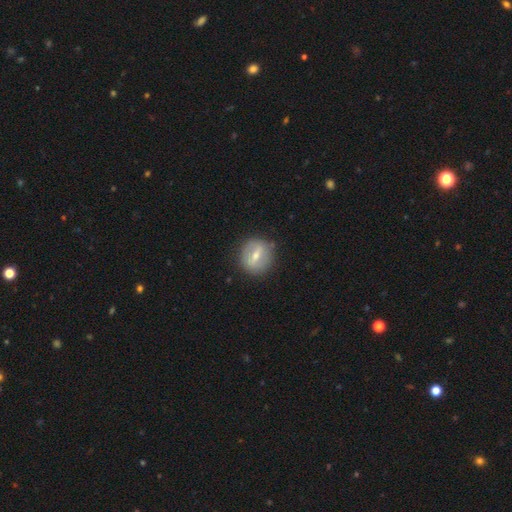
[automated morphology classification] Q: Smooth or featured?
A: featured or disk (51%); runner-up: smooth (42%)
Q: Edge-on disk?
A: no (87%); runner-up: yes (13%)
Q: Merging?
A: none (84%); runner-up: minor disturbance (11%)